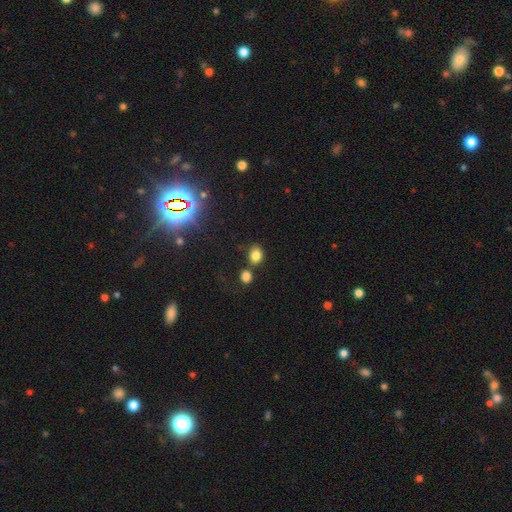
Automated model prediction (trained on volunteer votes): This appears to be a smooth galaxy with no disk features (80%) that is in between round and cigar-shaped (55%). Merging: none (64%).